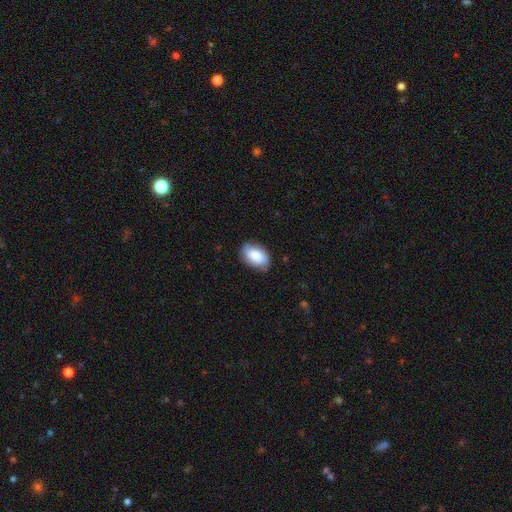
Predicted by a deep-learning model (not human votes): smooth-or-featured: smooth: 80% | featured or disk: 14% | star or artifact: 6%
  how-rounded: in between: 92% | round: 7% | cigar-shaped: 1%
  merging: none: 79% | minor disturbance: 17% | major disturbance: 3% | merger: 1%